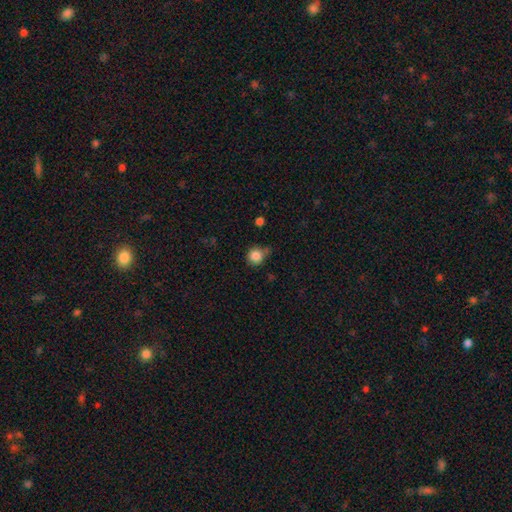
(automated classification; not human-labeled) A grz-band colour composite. It shows a smooth galaxy with no disk features (85%) that is round (91%). Merging: none (66%).